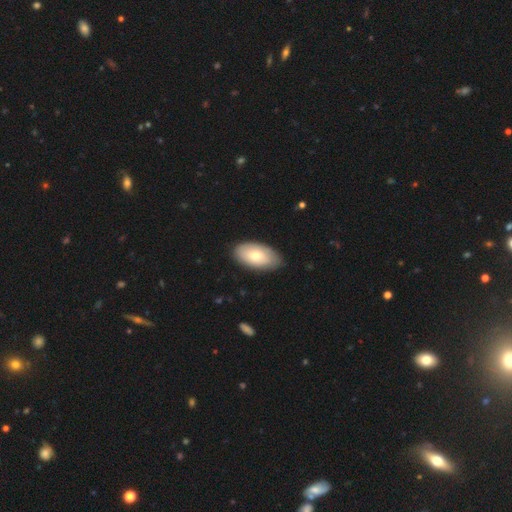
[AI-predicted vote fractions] This is likely a smooth galaxy (72%). How rounded: clearly in between (95%). Merging: clearly none (83%).